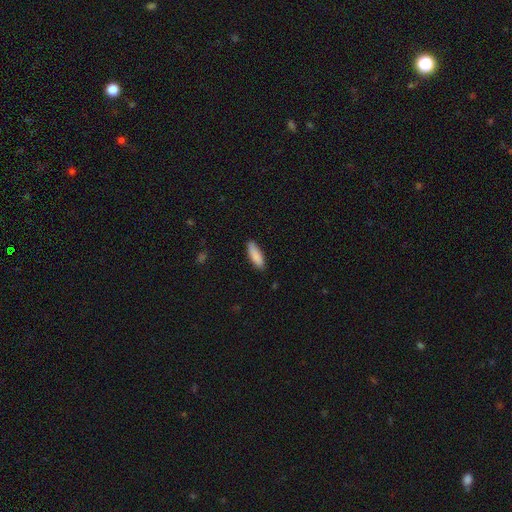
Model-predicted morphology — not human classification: smooth 88%, featured or disk 6%, star or artifact 6%. Down the decision tree: how rounded — in between (52%); merging — none (84%).